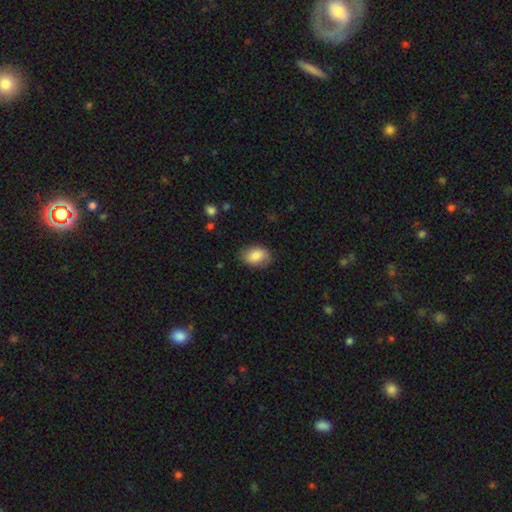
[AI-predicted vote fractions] Overall: smooth (84%). How rounded: in between (85%). Merging: none (80%).